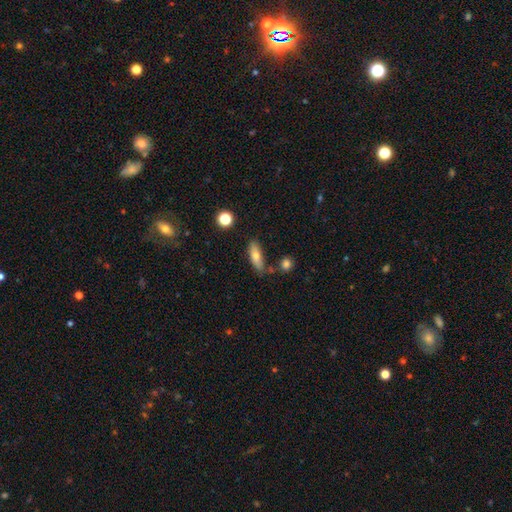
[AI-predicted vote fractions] A smooth galaxy with no disk features (71%) that is in between round and cigar-shaped (59%). Merging: none (71%).